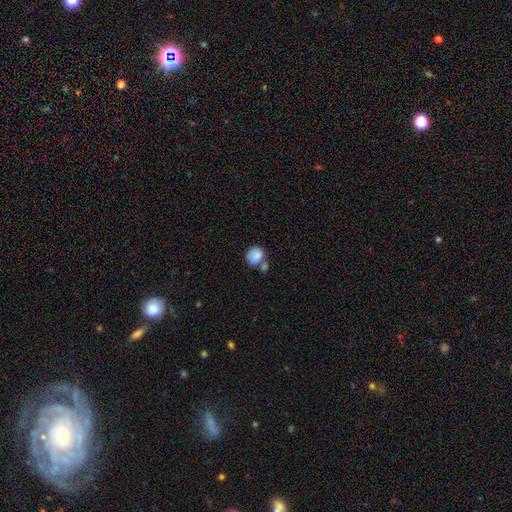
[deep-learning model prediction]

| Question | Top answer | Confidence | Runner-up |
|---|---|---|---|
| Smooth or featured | smooth | 85% | featured or disk (8%) |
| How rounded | round | 72% | in between (27%) |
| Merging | none | 42% | merger (38%) |